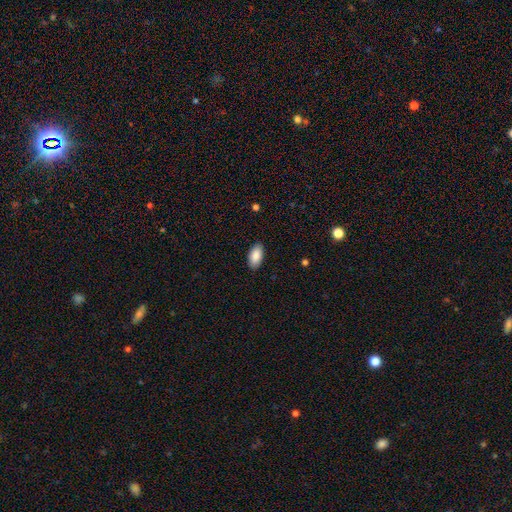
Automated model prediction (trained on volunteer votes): A smooth galaxy with no disk features (89%) that is in between round and cigar-shaped (94%). Merging: none (88%).